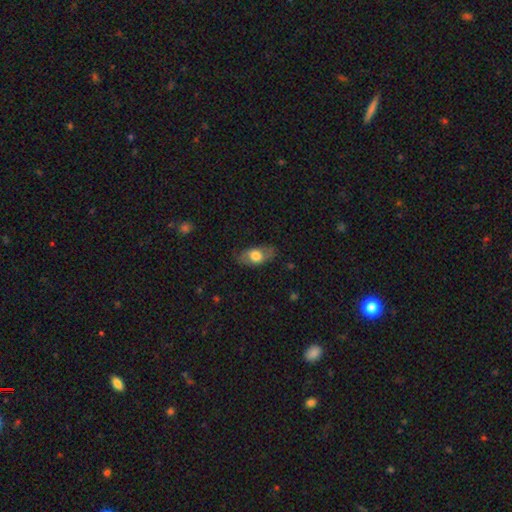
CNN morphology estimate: smooth-or-featured: smooth: 62% | featured or disk: 31% | star or artifact: 7%
  how-rounded: in between: 86% | round: 9% | cigar-shaped: 4%
  merging: none: 73% | minor disturbance: 19% | major disturbance: 7% | merger: 1%